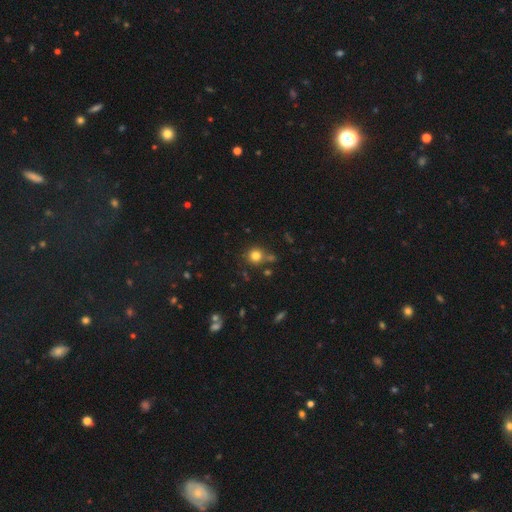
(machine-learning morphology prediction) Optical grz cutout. It shows a smooth galaxy with no disk features (79%) that is round (91%). Merging: none (72%).